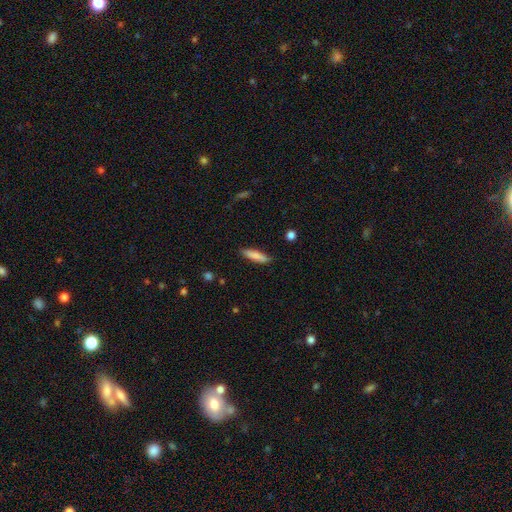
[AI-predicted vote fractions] Smooth or featured: smooth — 82% (featured or disk — 12%)
How rounded: cigar-shaped — 77% (in between — 21%)
Merging: none — 86% (minor disturbance — 11%)